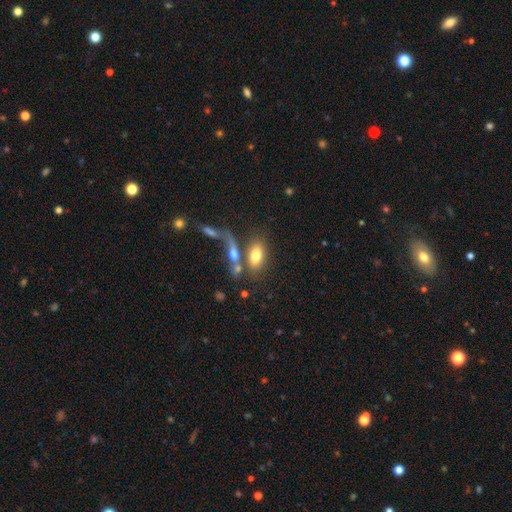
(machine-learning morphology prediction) smooth 74%, featured or disk 17%, star or artifact 8%. Down the decision tree: how rounded — in between (86%); merging — none (49%).